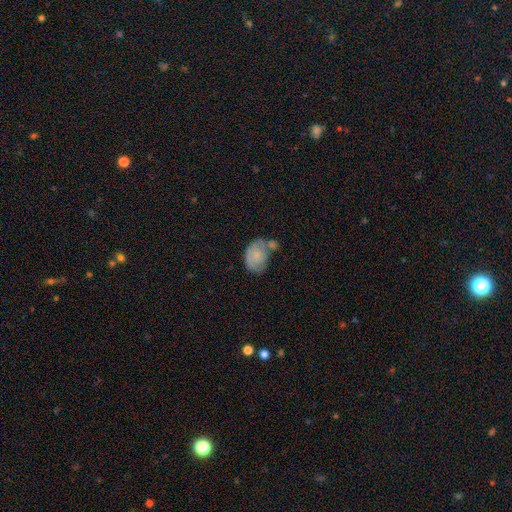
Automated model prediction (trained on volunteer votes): Smooth or featured? smooth (71%)
How rounded? in between (75%)
Merging? none (33%)